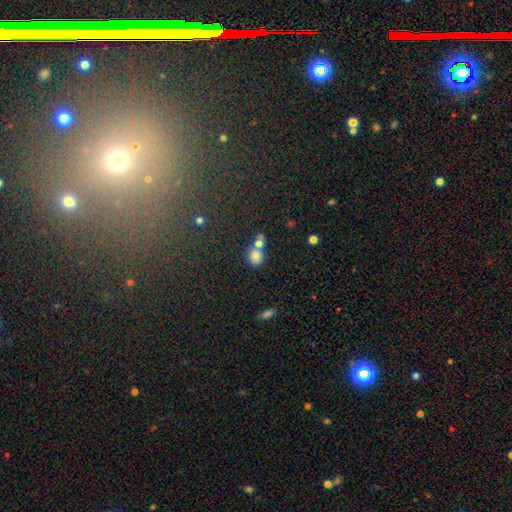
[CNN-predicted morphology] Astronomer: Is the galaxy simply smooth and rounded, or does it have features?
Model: smooth — 79%.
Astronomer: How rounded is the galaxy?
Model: round — 60% (runner-up: in between, 38%).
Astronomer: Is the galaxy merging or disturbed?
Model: merger — 48% (runner-up: none, 37%).